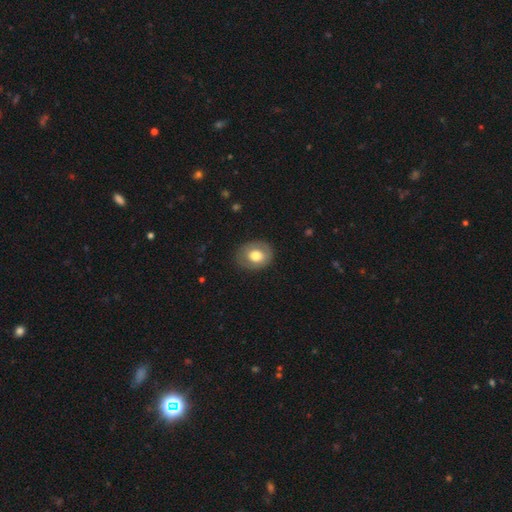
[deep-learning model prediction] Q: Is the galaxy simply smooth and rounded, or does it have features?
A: smooth — 68%.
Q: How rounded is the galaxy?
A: round — 53%.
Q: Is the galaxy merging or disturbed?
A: none — 84%.